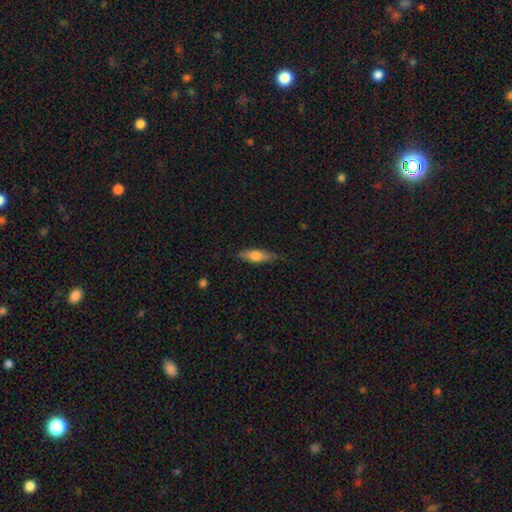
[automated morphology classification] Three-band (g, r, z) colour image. It shows a smooth galaxy with no disk features (64%) that is cigar-shaped (52%). Merging: none (78%).